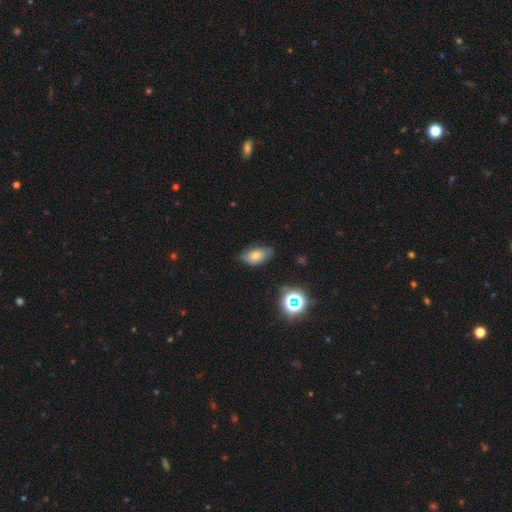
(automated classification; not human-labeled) A smooth galaxy with no disk features (68%) that is in between round and cigar-shaped (90%). Merging: none (65%).